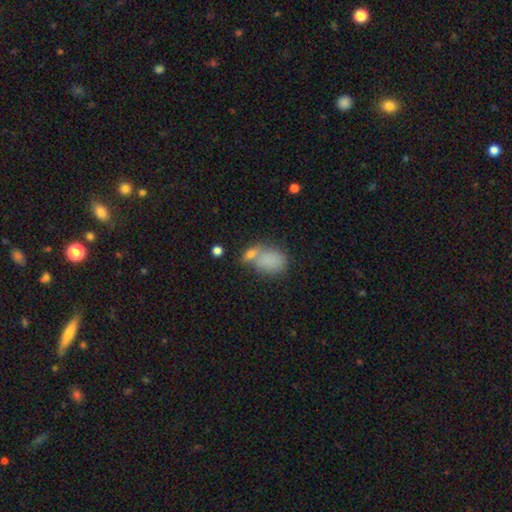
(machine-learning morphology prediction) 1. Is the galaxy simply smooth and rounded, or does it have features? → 80% smooth, 10% featured or disk, 10% star or artifact.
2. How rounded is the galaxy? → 74% in between, 23% round, 3% cigar-shaped.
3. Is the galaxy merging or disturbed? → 40% none, 36% merger, 16% minor disturbance, 8% major disturbance.